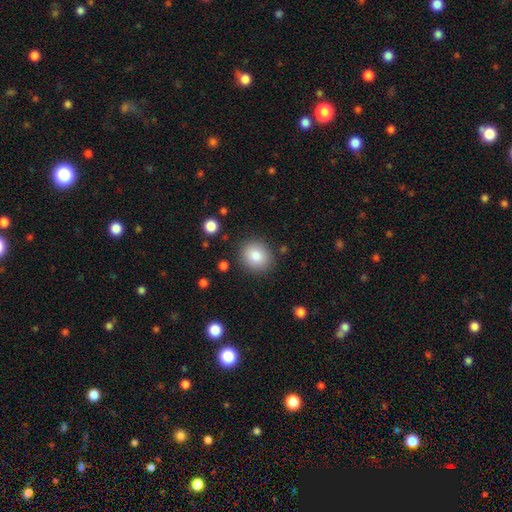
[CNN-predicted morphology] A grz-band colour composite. It shows a smooth galaxy with no disk features (82%) that is round (74%). Merging: none (86%).